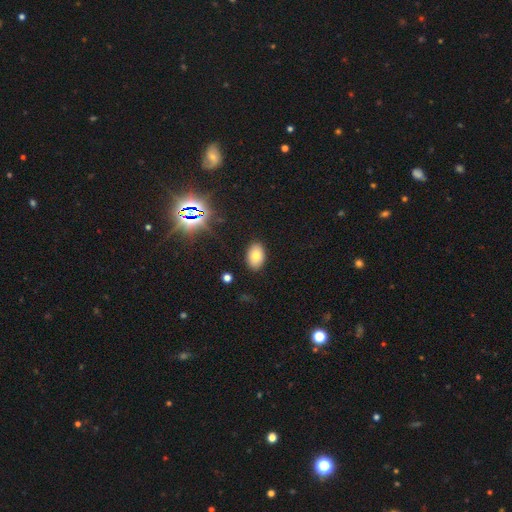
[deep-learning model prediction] This appears to be a smooth galaxy with no disk features (76%) that is in between round and cigar-shaped (88%). Merging: none (88%).